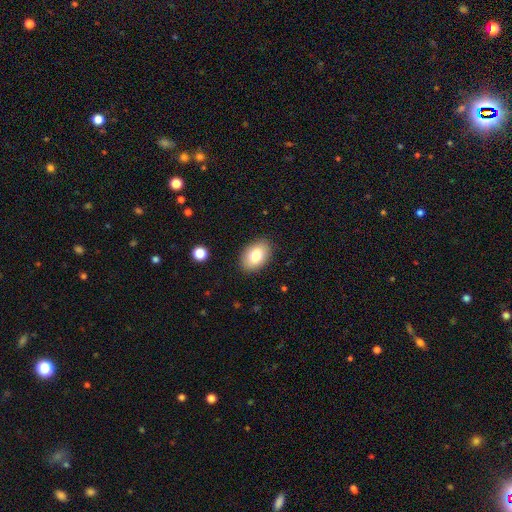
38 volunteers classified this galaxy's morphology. This is likely a smooth galaxy (76%). How rounded: clearly in between (86%). Merging: clearly none (89%).